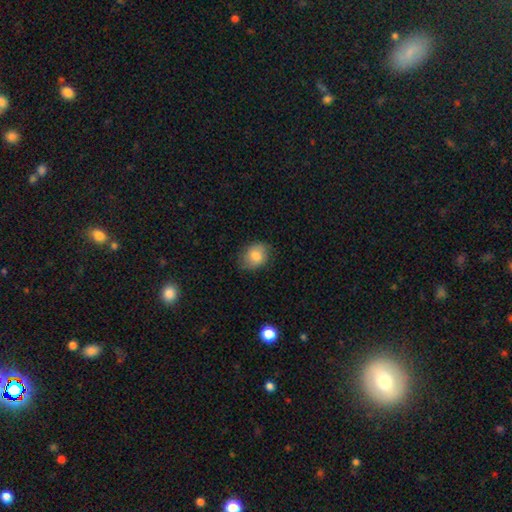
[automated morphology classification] type=smooth (79%); roundness=in between (58%); merging=none (78%).